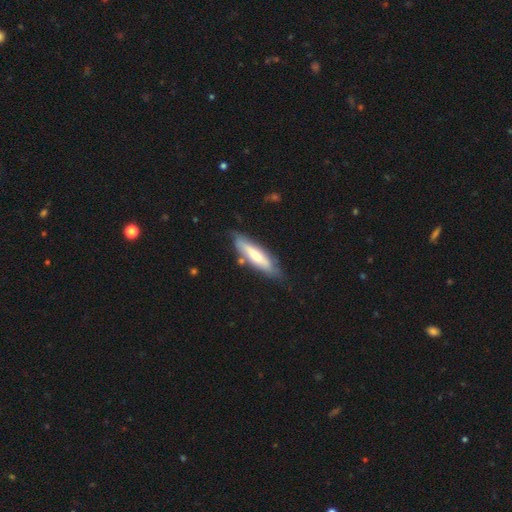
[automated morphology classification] A smooth galaxy with no disk features (61%) that is cigar-shaped (72%). Merging: none (73%).